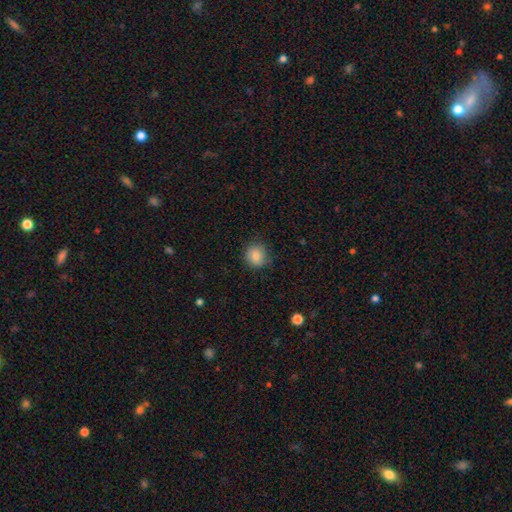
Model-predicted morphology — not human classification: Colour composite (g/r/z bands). It shows a smooth galaxy with no disk features (83%) that is round (87%). Merging: none (84%).